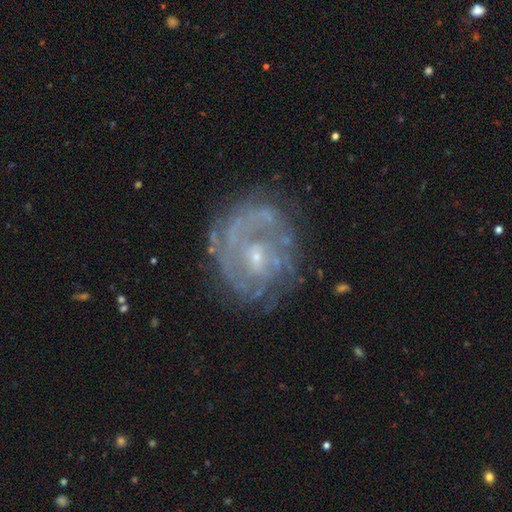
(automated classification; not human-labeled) Q: Smooth or featured?
A: featured or disk (80%); runner-up: smooth (11%)
Q: Edge-on disk?
A: no (98%); runner-up: yes (2%)
Q: Bar?
A: no (57%); runner-up: weak (36%)
Q: Spiral arms?
A: yes (80%); runner-up: no (20%)
Q: Spiral winding?
A: tight (57%); runner-up: medium (31%)
Q: Spiral arm count?
A: can't tell (42%); runner-up: 2 (24%)
Q: Bulge size?
A: small (70%); runner-up: moderate (21%)
Q: Merging?
A: none (66%); runner-up: minor disturbance (19%)